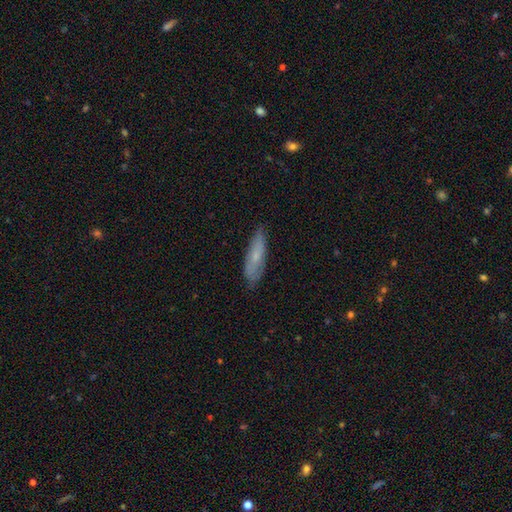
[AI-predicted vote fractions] smooth_or_featured: smooth (p=0.57) [alt: featured or disk p=0.36]
how_rounded: cigar-shaped (p=0.62) [alt: in between p=0.36]
merging: none (p=0.77) [alt: minor disturbance p=0.19]